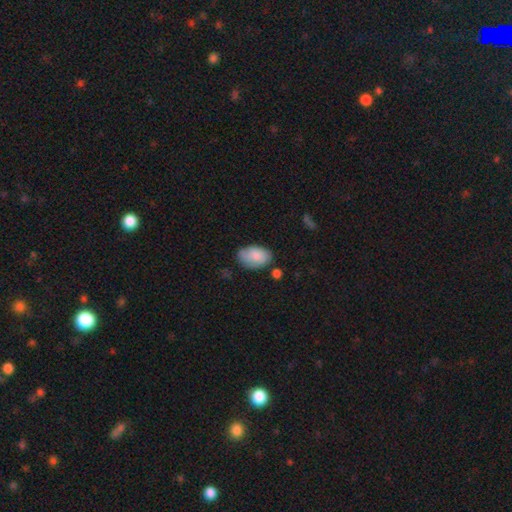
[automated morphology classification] type=smooth (83%); roundness=in between (91%); merging=none (61%).